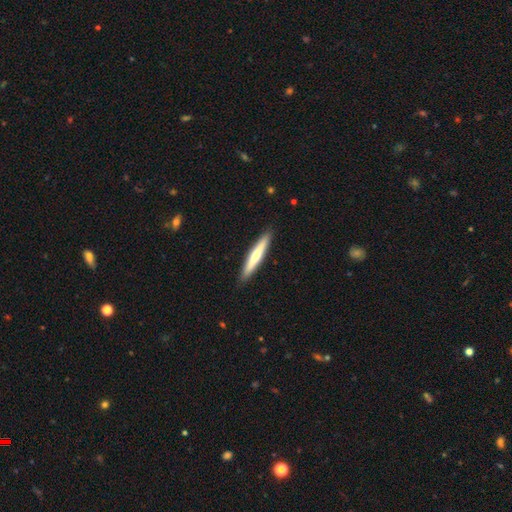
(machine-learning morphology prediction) smooth 54%, featured or disk 42%, star or artifact 5%. Down the decision tree: how rounded — cigar-shaped (94%); merging — none (91%).